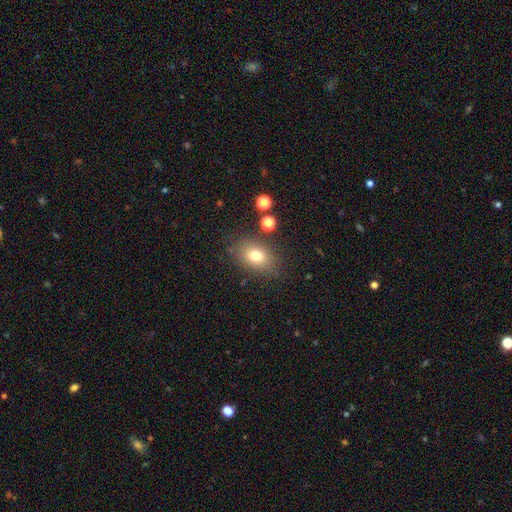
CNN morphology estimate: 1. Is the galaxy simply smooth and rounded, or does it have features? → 77% smooth, 12% featured or disk, 11% star or artifact.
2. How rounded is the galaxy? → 78% in between, 21% round, 2% cigar-shaped.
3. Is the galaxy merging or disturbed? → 80% none, 13% minor disturbance, 4% major disturbance, 3% merger.